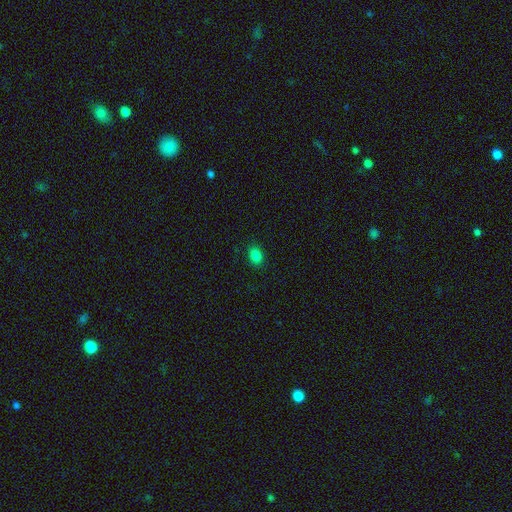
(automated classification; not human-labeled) A smooth galaxy with no disk features (84%) that is in between round and cigar-shaped (71%).

Vote fractions:
- Smooth or featured? smooth: 84% / star or artifact: 12% / featured or disk: 4%
- How rounded? in between: 71% / round: 28% / cigar-shaped: 1%
- Merging? none: 87% / minor disturbance: 9% / major disturbance: 2% / merger: 1%